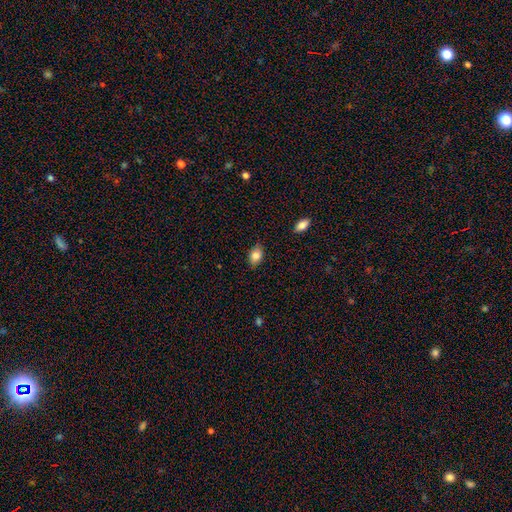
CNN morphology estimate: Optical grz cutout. It shows a smooth galaxy with no disk features (82%) that is in between round and cigar-shaped (81%). Merging: none (82%).